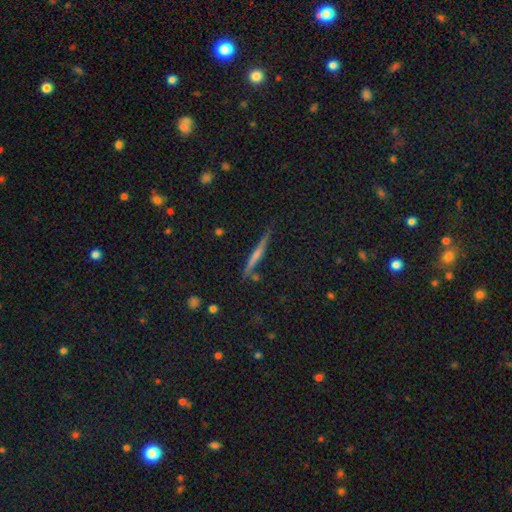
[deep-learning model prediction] Smooth or featured? Predicted: featured or disk (p=0.49). Merging? Predicted: none (p=0.82).